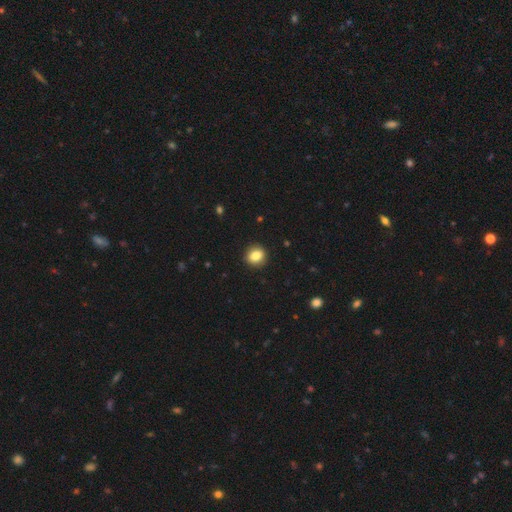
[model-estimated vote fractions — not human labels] Smooth or featured? Predicted: smooth (p=0.83). How rounded? Predicted: round (p=0.79). Merging? Predicted: none (p=0.91).